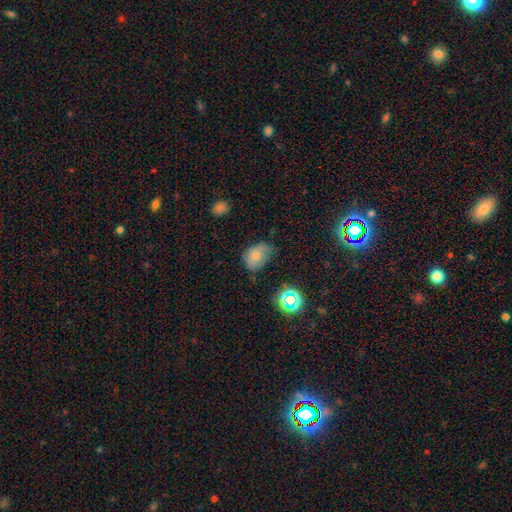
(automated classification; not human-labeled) A smooth galaxy with no disk features (71%) that is in between round and cigar-shaped (72%). Merging: none (52%).